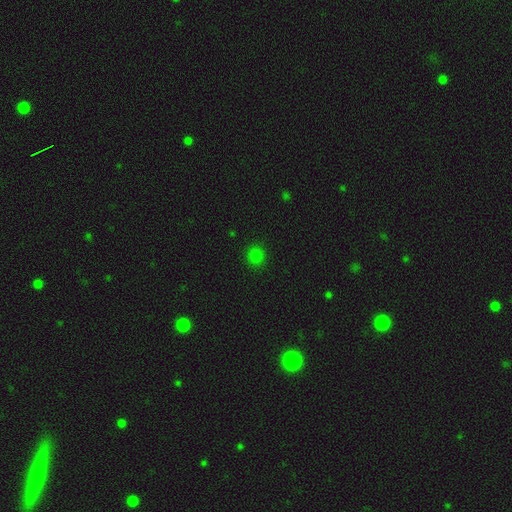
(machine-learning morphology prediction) Smooth or featured? smooth (79%)
How rounded? round (91%)
Merging? none (91%)